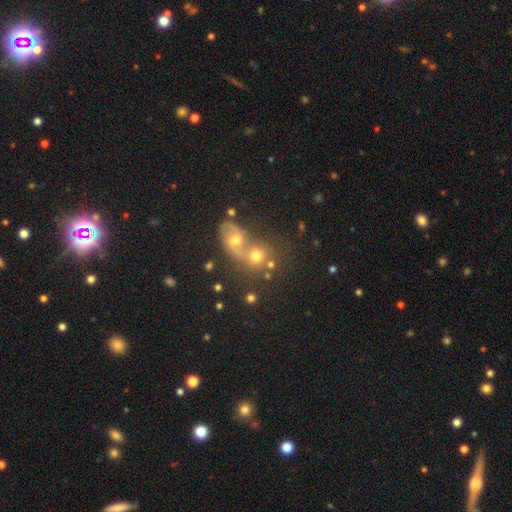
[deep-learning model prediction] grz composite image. It shows a smooth galaxy with no disk features (48%). Merging: merger (55%).